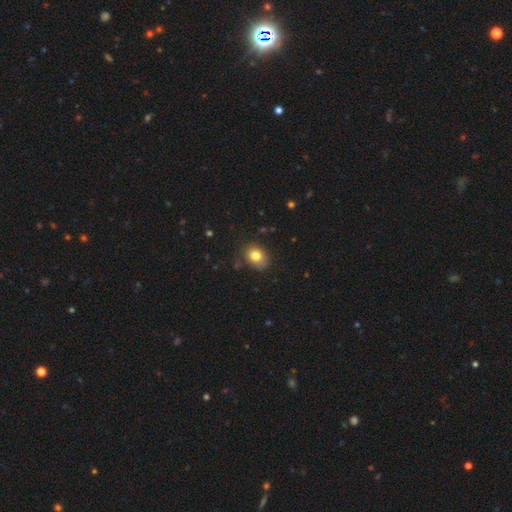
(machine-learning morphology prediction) type=smooth (80%); roundness=in between (60%); merging=none (79%).